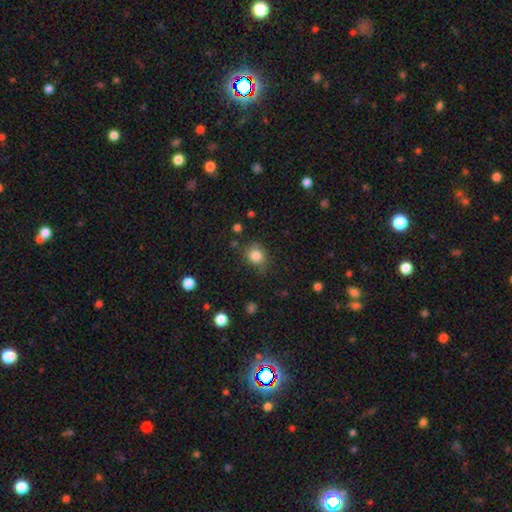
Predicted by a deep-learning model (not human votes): A smooth galaxy with no disk features (82%) that is round (73%).

Vote fractions:
- Smooth or featured? smooth: 82% / star or artifact: 11% / featured or disk: 7%
- How rounded? round: 73% / in between: 26% / cigar-shaped: 1%
- Merging? none: 72% / minor disturbance: 20% / major disturbance: 5% / merger: 3%